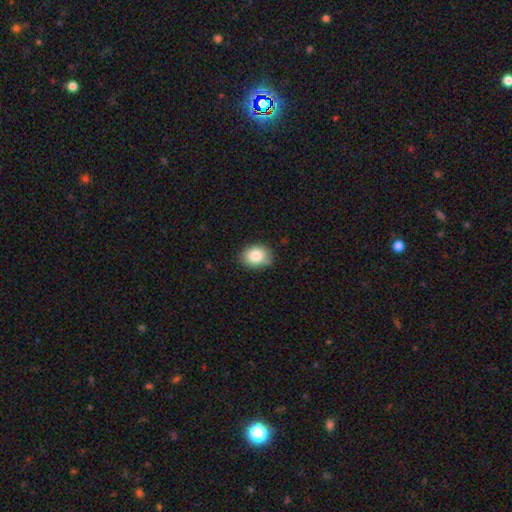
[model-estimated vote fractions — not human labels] smooth_or_featured: smooth (p=0.85) [alt: star or artifact p=0.09]
how_rounded: in between (p=0.57) [alt: round p=0.42]
merging: none (p=0.81) [alt: minor disturbance p=0.15]